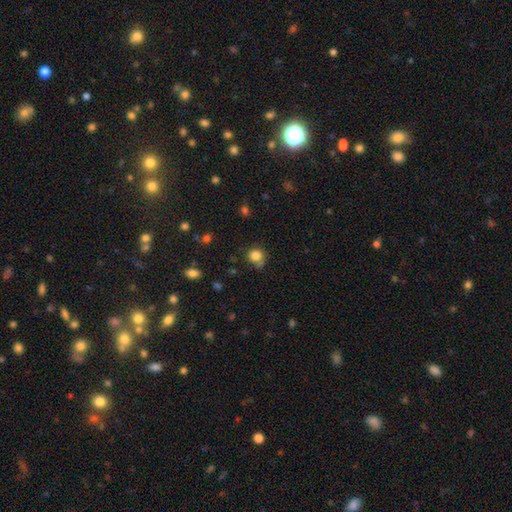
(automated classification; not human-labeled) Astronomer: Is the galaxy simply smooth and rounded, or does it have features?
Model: smooth — 83%.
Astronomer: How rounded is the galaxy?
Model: round — 85%.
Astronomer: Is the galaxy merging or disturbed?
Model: none — 62%.